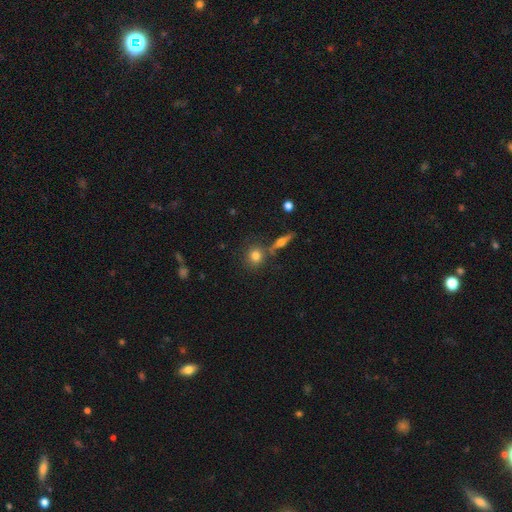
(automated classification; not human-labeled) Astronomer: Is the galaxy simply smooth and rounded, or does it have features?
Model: smooth — 75%.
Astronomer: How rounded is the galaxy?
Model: round — 82%.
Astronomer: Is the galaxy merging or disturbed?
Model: none — 72%.